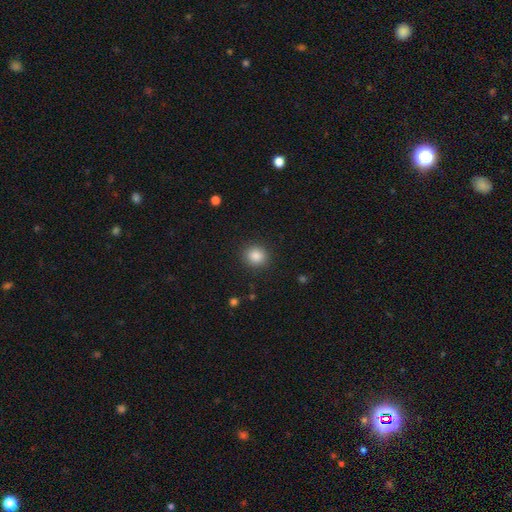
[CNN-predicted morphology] The model was most divided on "how rounded": round: 86%, in between: 13%, cigar-shaped: 1%. More confident: merging — none (89%); smooth or featured — smooth (87%).